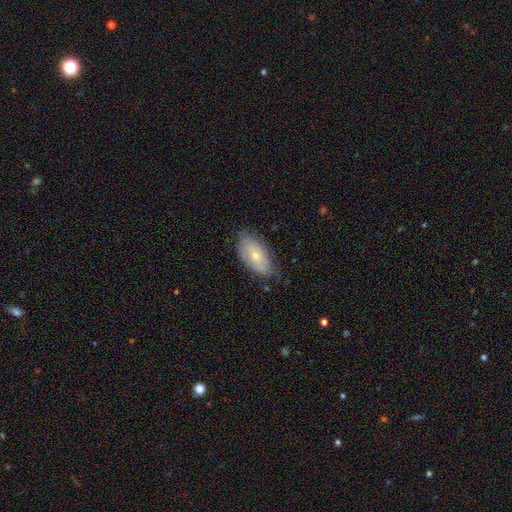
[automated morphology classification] A smooth galaxy with no disk features (63%) that is in between round and cigar-shaped (92%). Merging: none (69%).